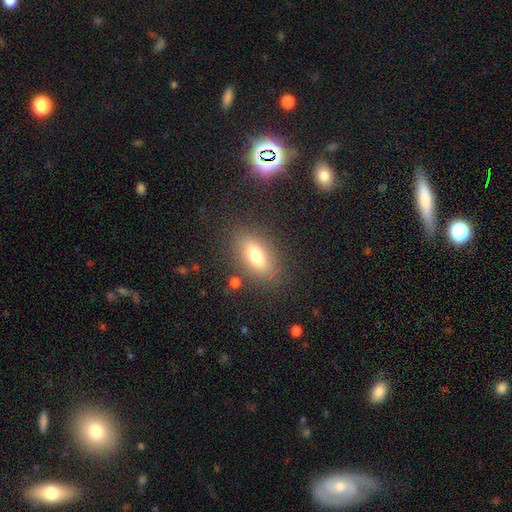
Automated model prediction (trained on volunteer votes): This appears to be a smooth galaxy with no disk features (74%) that is in between round and cigar-shaped (83%). Merging: none (84%).